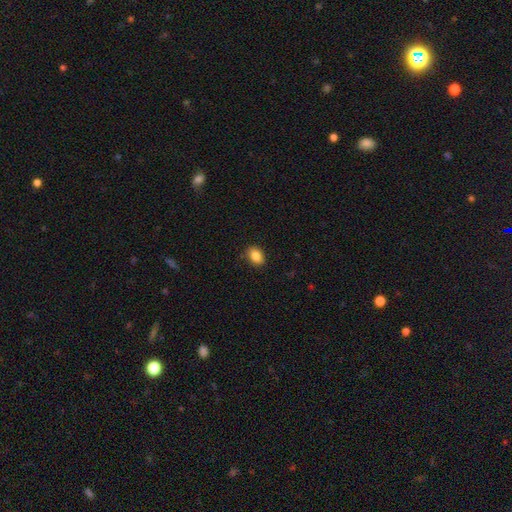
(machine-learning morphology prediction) Smooth or featured?
  - smooth: 86% *
  - star or artifact: 9%
  - featured or disk: 5%
How rounded?
  - in between: 71% *
  - round: 28%
  - cigar-shaped: 1%
Merging?
  - none: 83% *
  - minor disturbance: 13%
  - major disturbance: 3%
  - merger: 1%